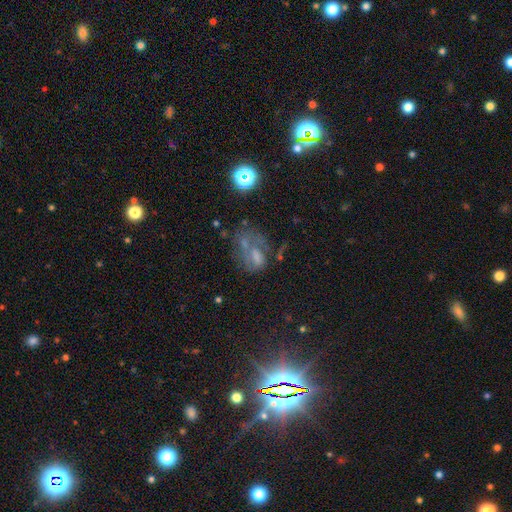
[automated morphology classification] Overall: featured or disk (41%; star or artifact 33%). Merging: none (38%; major disturbance 31%).